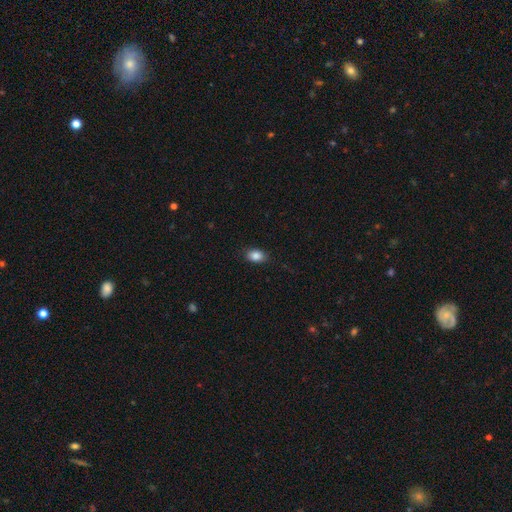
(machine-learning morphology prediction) A smooth galaxy with no disk features (87%) that is in between round and cigar-shaped (82%). Merging: none (86%).